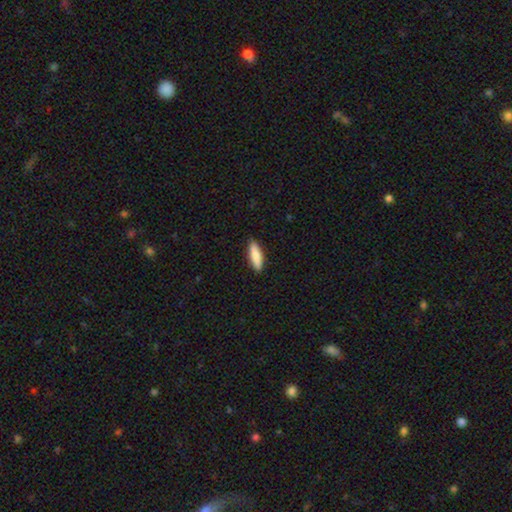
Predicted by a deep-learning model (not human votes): Smooth or featured? smooth (79%)
How rounded? cigar-shaped (52%)
Merging? none (90%)